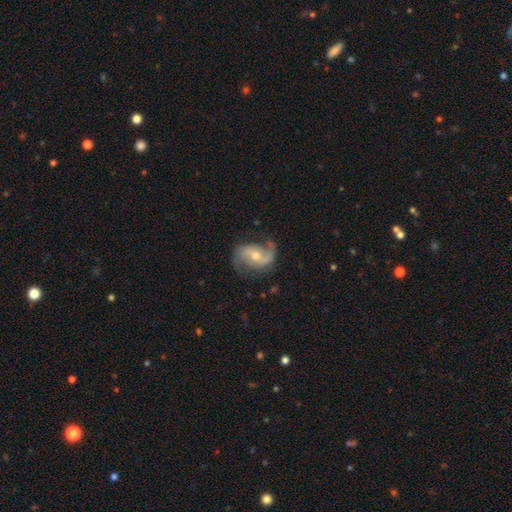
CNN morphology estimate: smooth_or_featured: featured or disk (p=0.85) [alt: smooth p=0.09]
disk_edge_on: no (p=0.97) [alt: yes p=0.03]
bar: weak (p=0.45) [alt: no p=0.41]
has_spiral_arms: yes (p=0.95) [alt: no p=0.05]
spiral_winding: loose (p=0.44) [alt: medium p=0.43]
spiral_arm_count: 2 (p=0.86) [alt: 1 p=0.07]
bulge_size: moderate (p=0.61) [alt: small p=0.31]
merging: none (p=0.68) [alt: minor disturbance p=0.20]